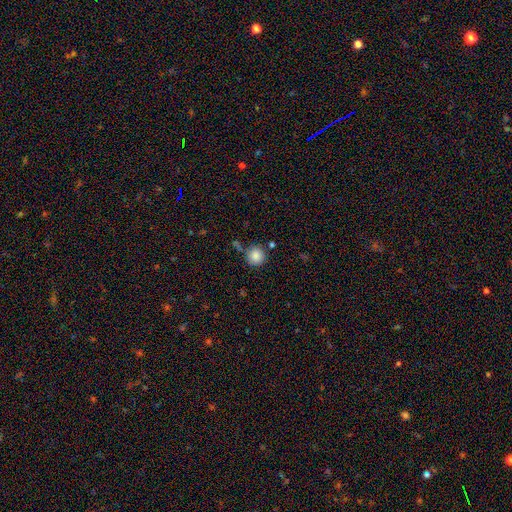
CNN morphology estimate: Smooth or featured? Predicted: smooth (p=0.86). How rounded? Predicted: round (p=0.94). Merging? Predicted: none (p=0.78).